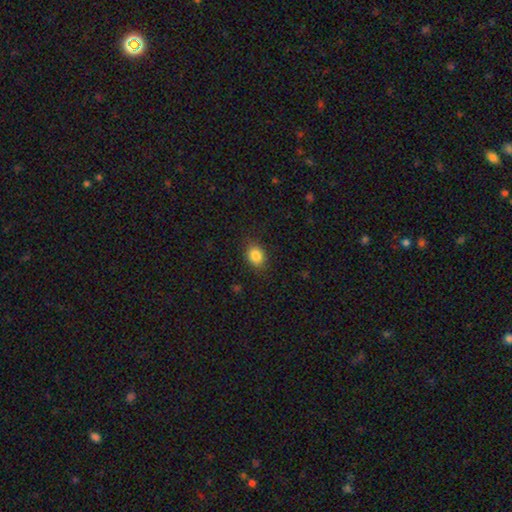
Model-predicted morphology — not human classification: smooth_or_featured: smooth (p=0.85) [alt: star or artifact p=0.09]
how_rounded: round (p=0.50) [alt: in between p=0.49]
merging: none (p=0.84) [alt: minor disturbance p=0.12]